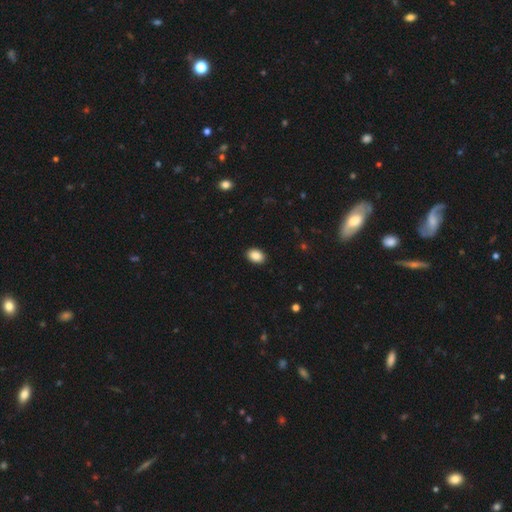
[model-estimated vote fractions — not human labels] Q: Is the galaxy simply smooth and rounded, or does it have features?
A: smooth — 89%.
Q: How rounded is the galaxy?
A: in between — 81%.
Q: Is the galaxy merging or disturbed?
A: none — 91%.